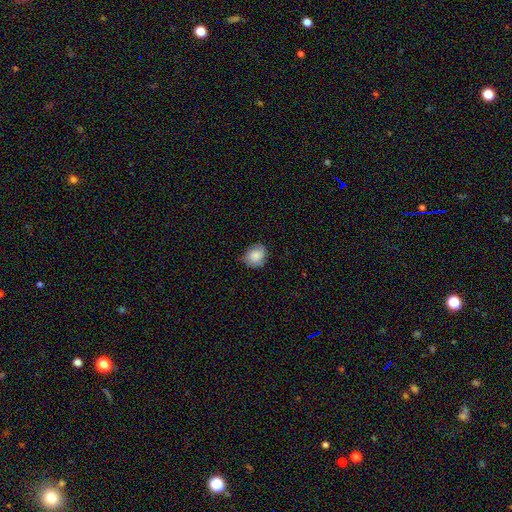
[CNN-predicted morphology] This is clearly a smooth galaxy (81%). How rounded: possibly round (58%). Merging: likely none (70%).